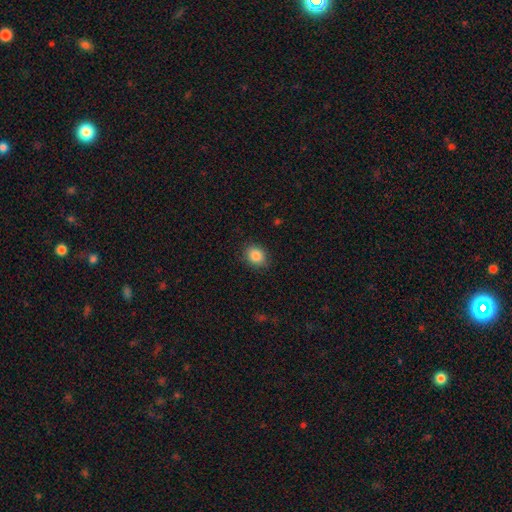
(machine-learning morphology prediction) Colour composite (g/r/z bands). It shows a smooth galaxy with no disk features (87%) that is round (59%). Merging: none (87%).